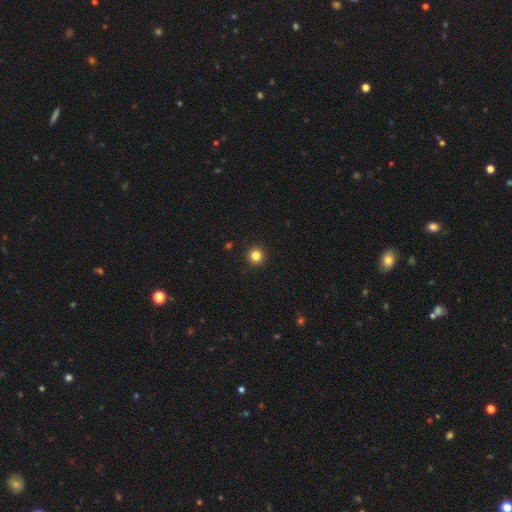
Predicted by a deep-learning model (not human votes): smooth 83%, star or artifact 12%, featured or disk 5%. Down the decision tree: how rounded — round (96%); merging — none (94%).